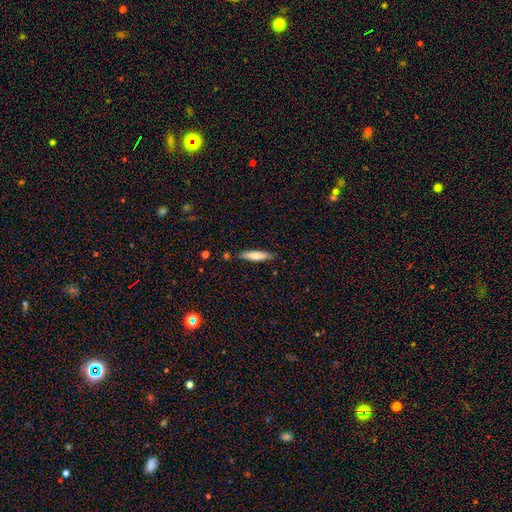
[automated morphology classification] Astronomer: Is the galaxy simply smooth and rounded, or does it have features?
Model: smooth — 74%.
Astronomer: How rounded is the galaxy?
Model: cigar-shaped — 79%.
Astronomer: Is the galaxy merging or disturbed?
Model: none — 84%.